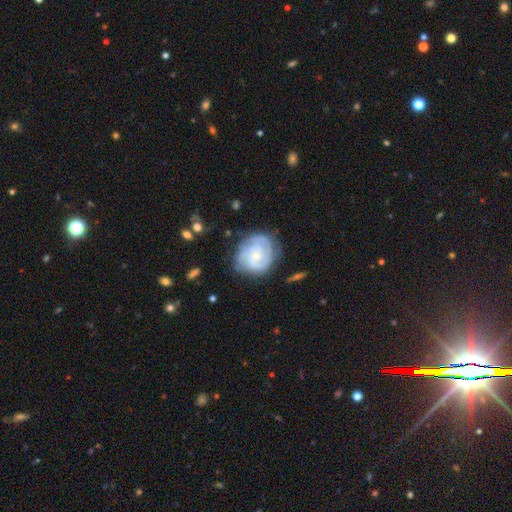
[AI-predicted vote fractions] Overall: featured or disk (84%). Edge-on disk: no (98%). Bar: no (65%; weak 30%). Spiral arms: yes (96%). Spiral arm count: 2 (37%; 3 30%). Spiral winding: tight (66%; medium 28%). Bulge size: small (62%; moderate 27%). Merging: none (73%).